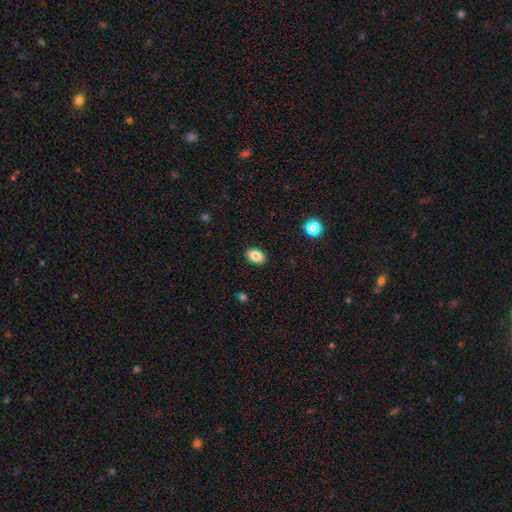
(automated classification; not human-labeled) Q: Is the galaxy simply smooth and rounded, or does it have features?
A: smooth — 85%.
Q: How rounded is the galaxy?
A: in between — 82%.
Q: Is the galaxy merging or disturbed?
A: none — 90%.